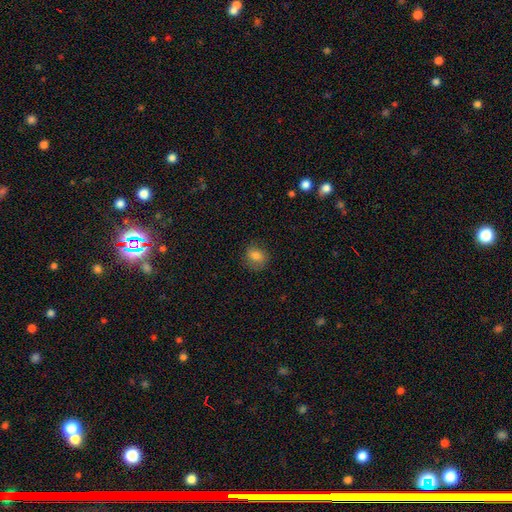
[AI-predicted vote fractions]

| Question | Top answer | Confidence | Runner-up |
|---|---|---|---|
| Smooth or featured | smooth | 80% | star or artifact (11%) |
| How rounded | round | 60% | in between (39%) |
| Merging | none | 79% | minor disturbance (16%) |